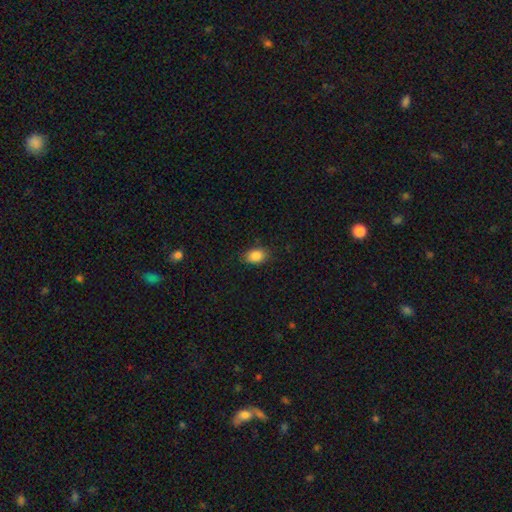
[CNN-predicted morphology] Smooth or featured? Predicted: smooth (p=0.86). How rounded? Predicted: in between (p=0.72). Merging? Predicted: none (p=0.84).